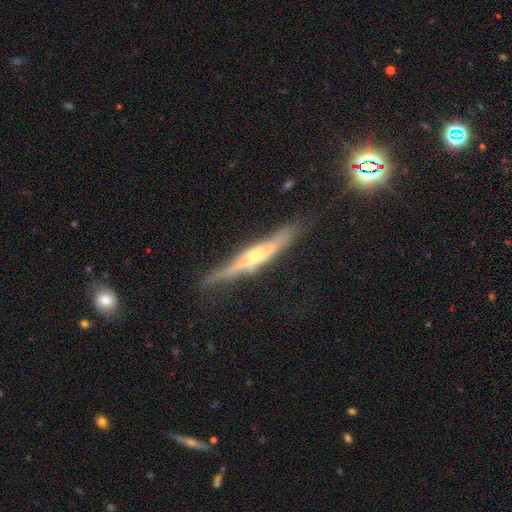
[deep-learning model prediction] Q: Smooth or featured?
A: featured or disk (74%); runner-up: smooth (19%)
Q: Edge-on disk?
A: yes (92%); runner-up: no (8%)
Q: Edge-on bulge?
A: rounded (74%); runner-up: boxy (13%)
Q: Merging?
A: none (70%); runner-up: minor disturbance (22%)